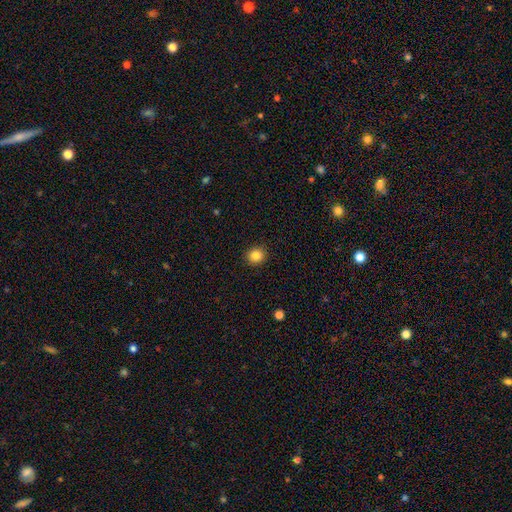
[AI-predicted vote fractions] Q: Smooth or featured?
A: smooth (85%); runner-up: star or artifact (11%)
Q: How rounded?
A: round (85%); runner-up: in between (14%)
Q: Merging?
A: none (91%); runner-up: minor disturbance (6%)